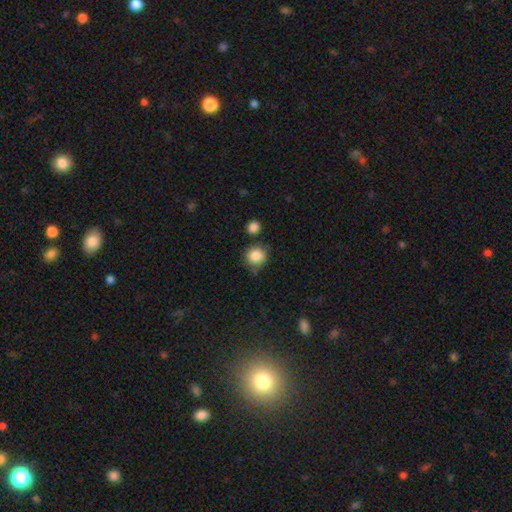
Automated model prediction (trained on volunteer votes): smooth-or-featured: smooth: 86% | star or artifact: 9% | featured or disk: 5%
  how-rounded: round: 89% | in between: 10% | cigar-shaped: 1%
  merging: none: 76% | minor disturbance: 12% | merger: 8% | major disturbance: 4%